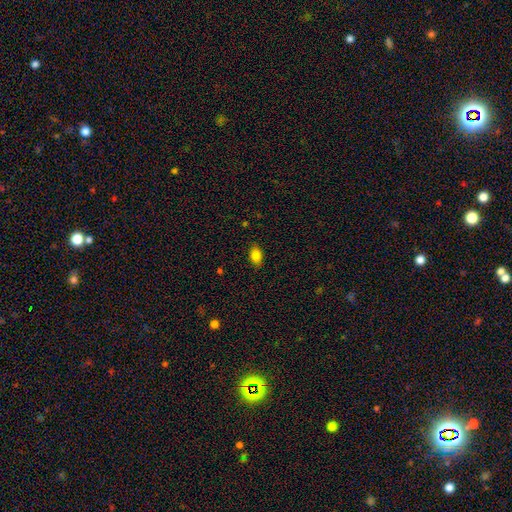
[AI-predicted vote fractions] This appears to be a smooth galaxy with no disk features (84%) that is in between round and cigar-shaped (87%). Merging: none (86%).